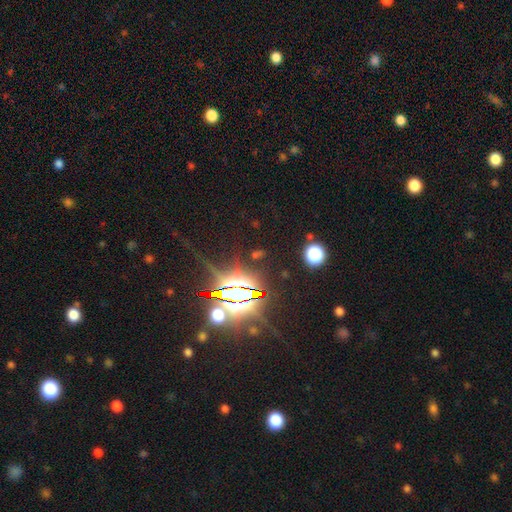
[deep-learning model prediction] A star or artifact, not a galaxy (79%).

Vote fractions:
- Smooth or featured? star or artifact: 79% / smooth: 11% / featured or disk: 10%